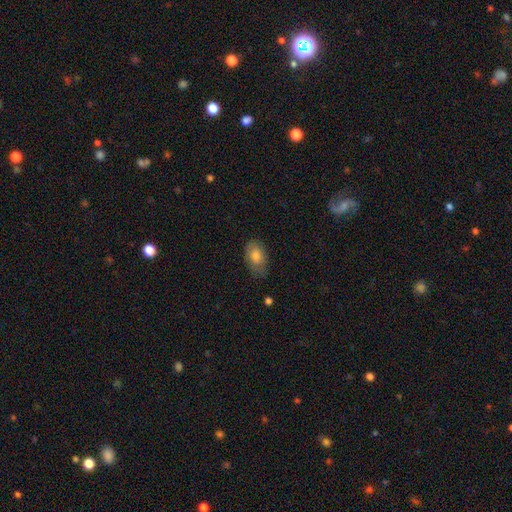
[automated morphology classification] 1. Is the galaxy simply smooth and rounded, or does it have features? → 79% smooth, 13% featured or disk, 8% star or artifact.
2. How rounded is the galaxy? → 88% in between, 10% round, 2% cigar-shaped.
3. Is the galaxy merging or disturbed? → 68% none, 25% minor disturbance, 5% major disturbance, 1% merger.